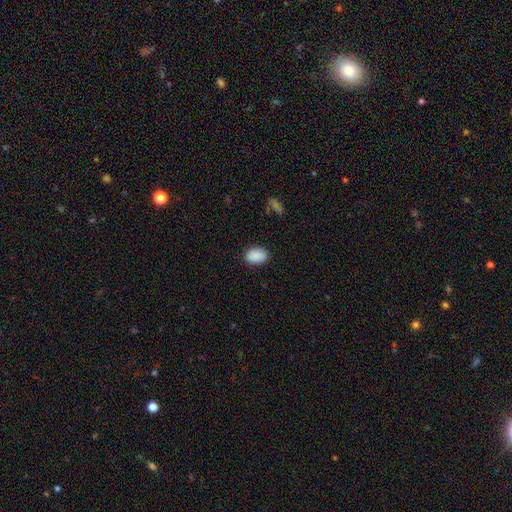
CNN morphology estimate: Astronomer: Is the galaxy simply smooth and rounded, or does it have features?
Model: smooth — 89%.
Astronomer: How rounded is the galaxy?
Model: in between — 84%.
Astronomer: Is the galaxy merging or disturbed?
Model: none — 85%.